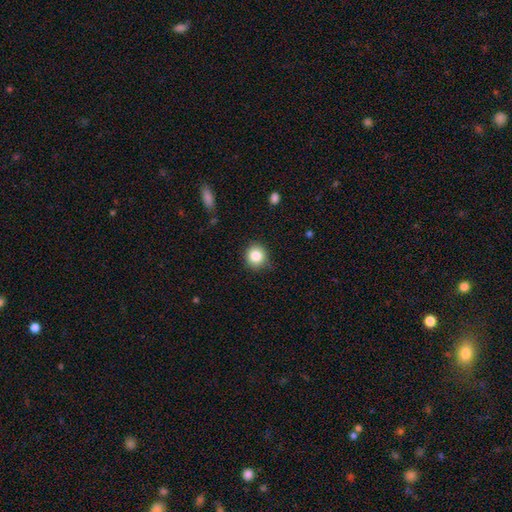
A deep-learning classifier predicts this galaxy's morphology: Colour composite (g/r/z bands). It shows a smooth galaxy with no disk features (84%) that is round (88%). Merging: none (85%).